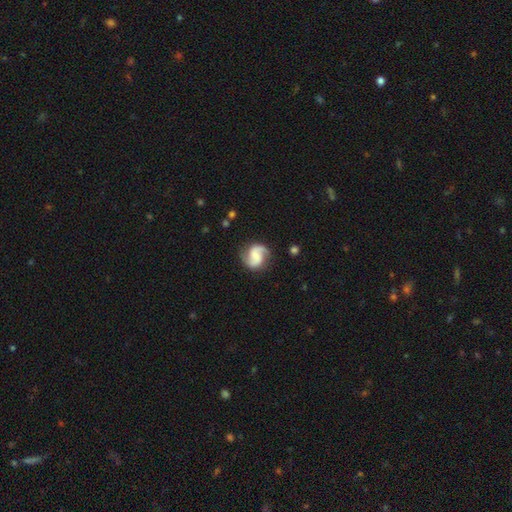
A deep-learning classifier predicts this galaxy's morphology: Q: Smooth or featured?
A: featured or disk (83%); runner-up: smooth (11%)
Q: Edge-on disk?
A: no (98%); runner-up: yes (2%)
Q: Bar?
A: no (43%); runner-up: weak (40%)
Q: Spiral arms?
A: yes (97%); runner-up: no (3%)
Q: Spiral winding?
A: medium (48%); runner-up: loose (33%)
Q: Spiral arm count?
A: 2 (92%); runner-up: can't tell (2%)
Q: Bulge size?
A: none (35%); runner-up: small (28%)
Q: Merging?
A: none (79%); runner-up: minor disturbance (14%)